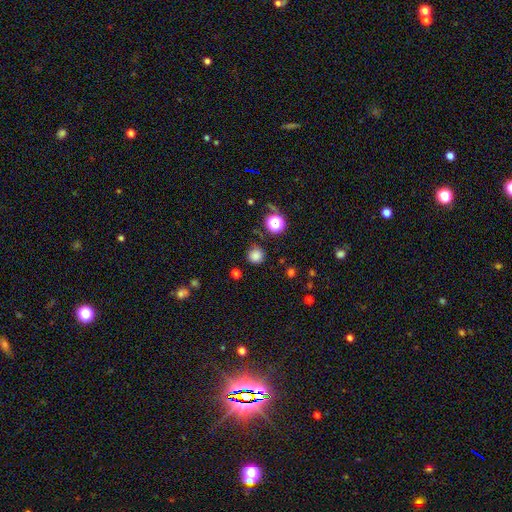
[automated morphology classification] smooth_or_featured: smooth (p=0.80) [alt: star or artifact p=0.16]
how_rounded: round (p=0.94) [alt: in between p=0.05]
merging: none (p=0.86) [alt: minor disturbance p=0.09]